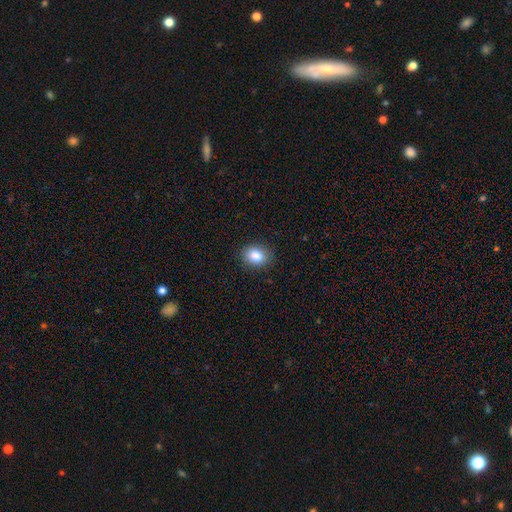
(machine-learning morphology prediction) A smooth galaxy with no disk features (85%) that is in between round and cigar-shaped (66%). Merging: none (88%).